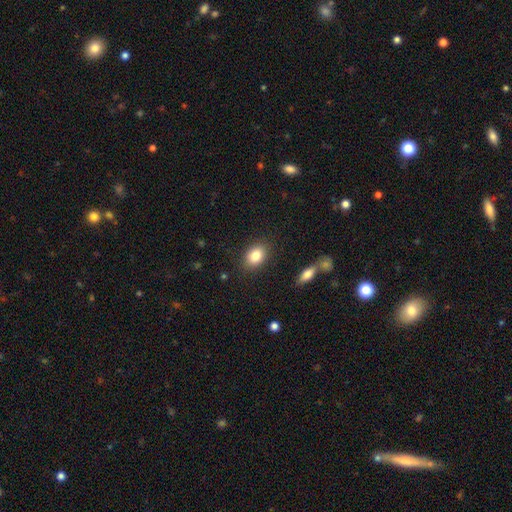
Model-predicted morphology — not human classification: This appears to be a smooth galaxy with no disk features (83%) that is in between round and cigar-shaped (76%). Merging: none (86%).